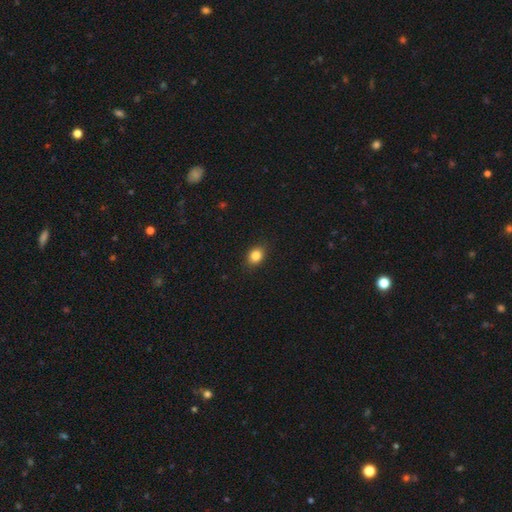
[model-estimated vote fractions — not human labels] Smooth or featured?
  - smooth: 84% *
  - star or artifact: 10%
  - featured or disk: 6%
How rounded?
  - in between: 55% *
  - round: 44%
  - cigar-shaped: 1%
Merging?
  - none: 88% *
  - minor disturbance: 9%
  - major disturbance: 2%
  - merger: 1%